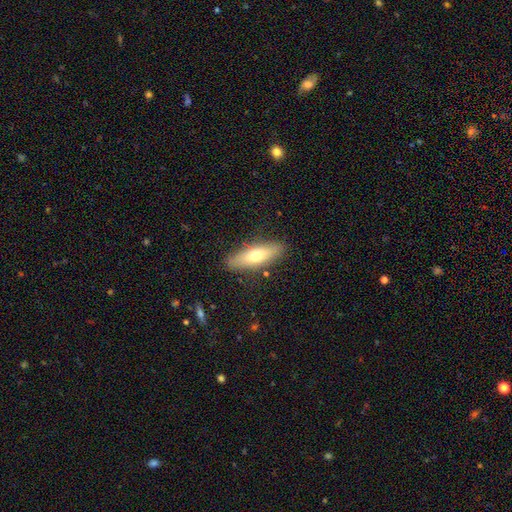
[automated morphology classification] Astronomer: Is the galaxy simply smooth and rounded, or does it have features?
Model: smooth — 62%.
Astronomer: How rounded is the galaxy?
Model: in between — 51% (runner-up: cigar-shaped, 47%).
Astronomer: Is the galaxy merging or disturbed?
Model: none — 85%.